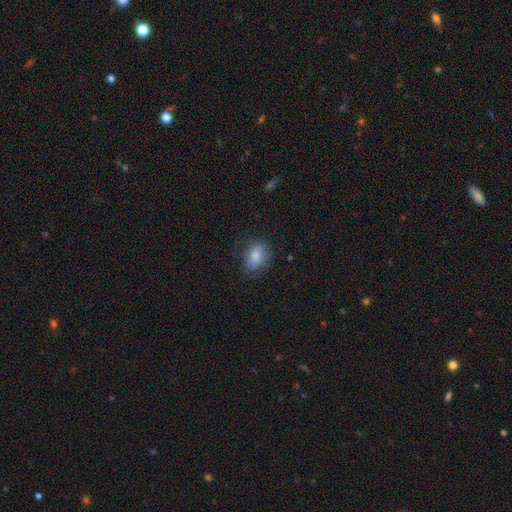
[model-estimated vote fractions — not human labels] smooth-or-featured: smooth: 79% | featured or disk: 14% | star or artifact: 8%
  how-rounded: in between: 75% | round: 23% | cigar-shaped: 2%
  merging: none: 71% | minor disturbance: 20% | major disturbance: 8% | merger: 1%